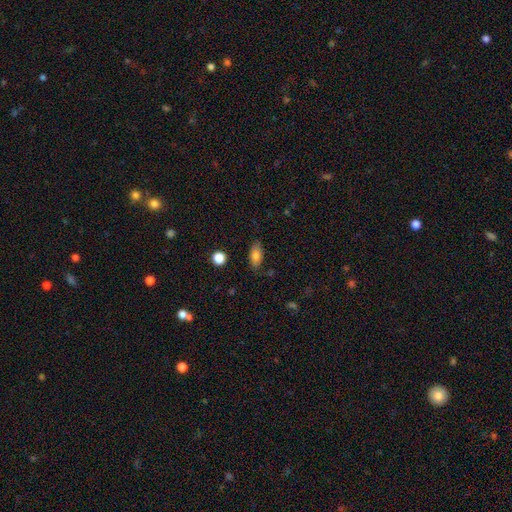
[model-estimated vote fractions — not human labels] The model was most divided on "smooth or featured": smooth: 79%, featured or disk: 13%, star or artifact: 8%. More confident: how rounded — in between (85%); merging — none (81%).